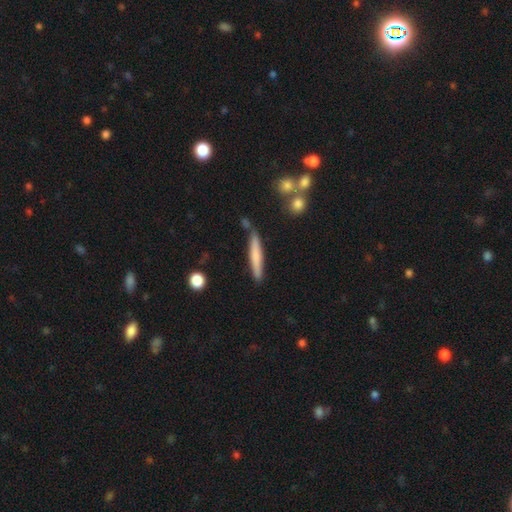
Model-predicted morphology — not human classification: Overall: smooth (66%; featured or disk 28%). How rounded: cigar-shaped (93%). Merging: none (81%).